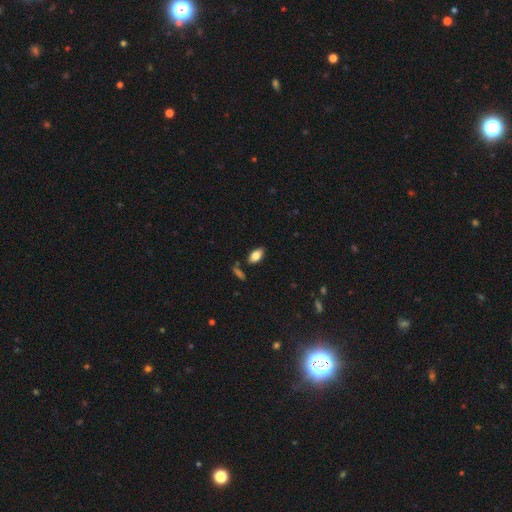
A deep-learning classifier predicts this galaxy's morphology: The model was most divided on "merging": none: 81%, minor disturbance: 11%, merger: 5%, major disturbance: 3%. More confident: how rounded — in between (92%); smooth or featured — smooth (81%).